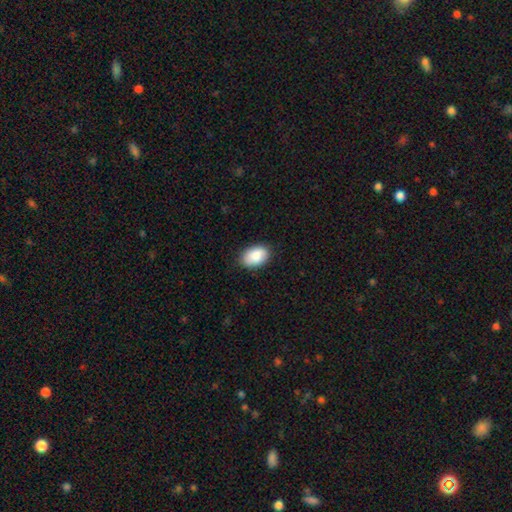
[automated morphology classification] Smooth or featured? Predicted: smooth (p=0.87). How rounded? Predicted: in between (p=0.88). Merging? Predicted: none (p=0.84).